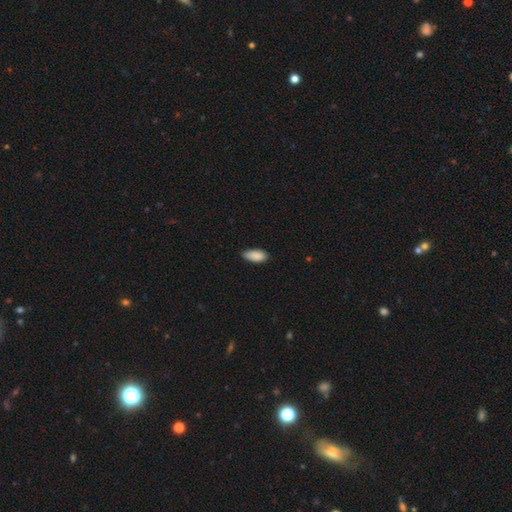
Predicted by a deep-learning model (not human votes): The model was most divided on "merging": none: 77%, minor disturbance: 20%, major disturbance: 2%, merger: 1%. More confident: how rounded — in between (91%); smooth or featured — smooth (90%).